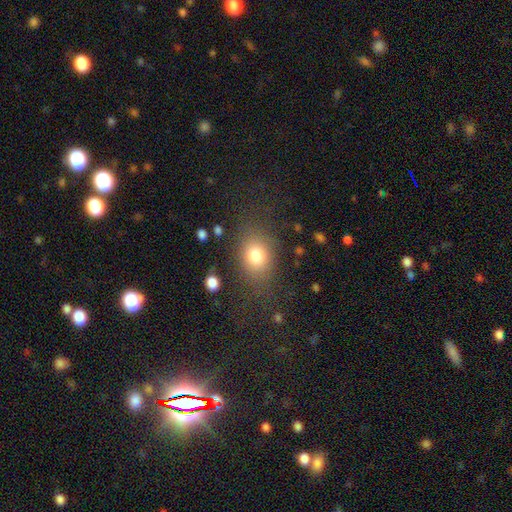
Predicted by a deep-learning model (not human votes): Smooth or featured? Predicted: smooth (p=0.79). How rounded? Predicted: in between (p=0.59). Merging? Predicted: none (p=0.72).